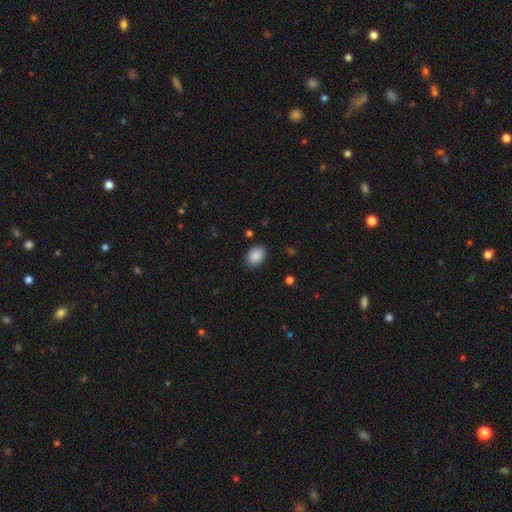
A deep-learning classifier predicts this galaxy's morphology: smooth_or_featured: smooth (p=0.88) [alt: star or artifact p=0.08]
how_rounded: in between (p=0.71) [alt: round p=0.28]
merging: none (p=0.85) [alt: minor disturbance p=0.11]